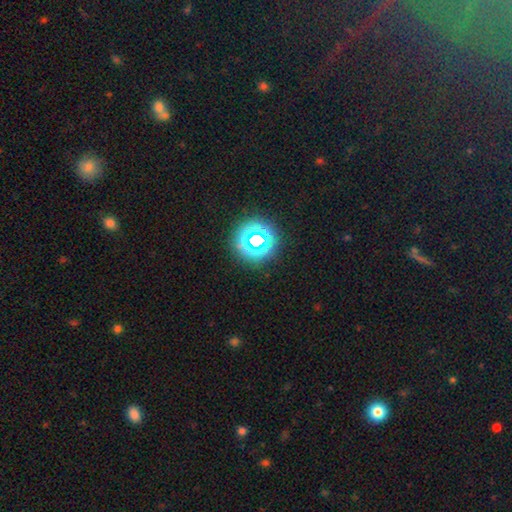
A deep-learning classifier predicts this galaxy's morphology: Smooth or featured: star or artifact — 56% (smooth — 38%)